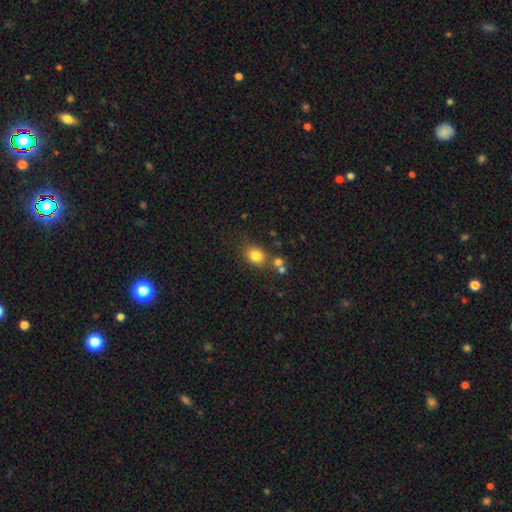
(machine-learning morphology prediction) smooth_or_featured: smooth (p=0.81) [alt: star or artifact p=0.11]
how_rounded: round (p=0.52) [alt: in between p=0.47]
merging: none (p=0.69) [alt: merger p=0.14]